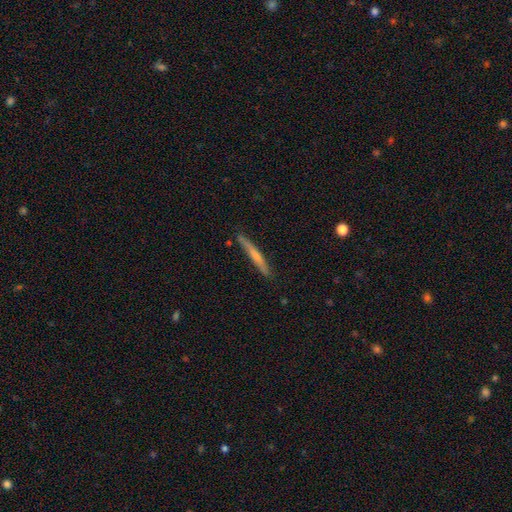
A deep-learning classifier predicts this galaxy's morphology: smooth_or_featured: smooth (p=0.54) [alt: featured or disk p=0.40]
how_rounded: cigar-shaped (p=0.96) [alt: in between p=0.03]
merging: none (p=0.85) [alt: minor disturbance p=0.11]